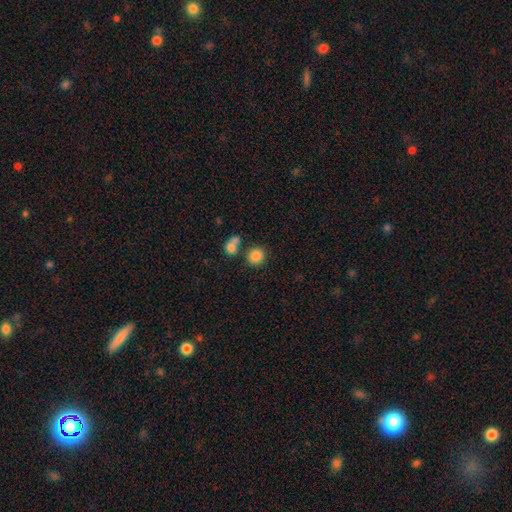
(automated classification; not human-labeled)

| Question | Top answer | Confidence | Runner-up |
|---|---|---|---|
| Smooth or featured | smooth | 84% | star or artifact (10%) |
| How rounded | round | 87% | in between (12%) |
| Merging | none | 68% | merger (19%) |